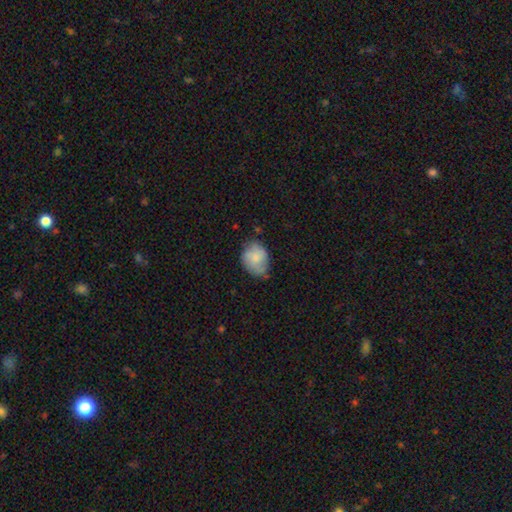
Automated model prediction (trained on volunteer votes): The model was most divided on "how rounded": in between: 56%, round: 43%, cigar-shaped: 1%. More confident: smooth or featured — smooth (69%); merging — none (53%).